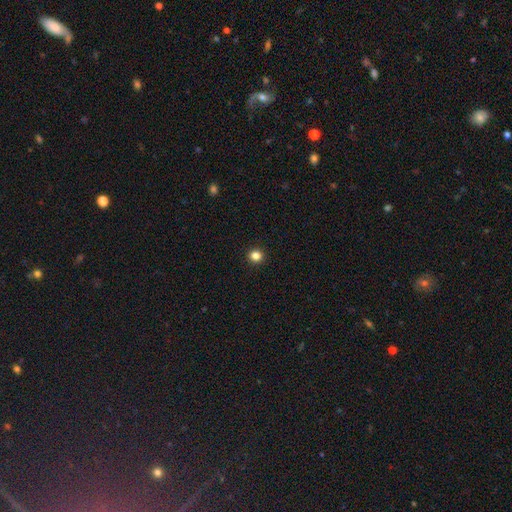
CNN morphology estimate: A smooth galaxy with no disk features (84%) that is round (92%).

Vote fractions:
- Smooth or featured? smooth: 84% / star or artifact: 12% / featured or disk: 4%
- How rounded? round: 92% / in between: 7% / cigar-shaped: 1%
- Merging? none: 94% / minor disturbance: 4% / major disturbance: 1% / merger: 1%